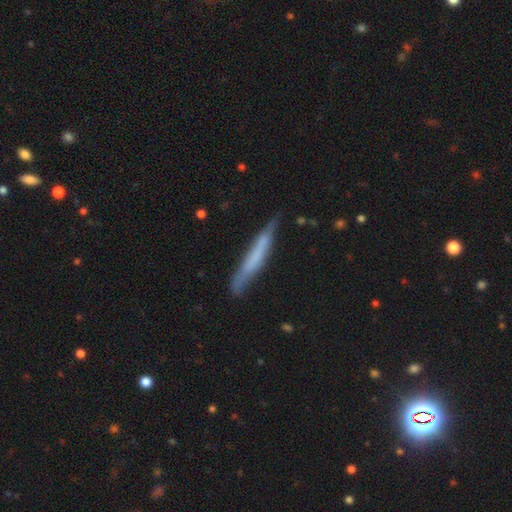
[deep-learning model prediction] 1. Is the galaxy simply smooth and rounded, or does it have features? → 50% smooth, 43% featured or disk, 7% star or artifact.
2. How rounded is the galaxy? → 95% cigar-shaped, 4% in between, 1% round.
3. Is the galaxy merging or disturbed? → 71% none, 23% minor disturbance, 4% major disturbance, 2% merger.